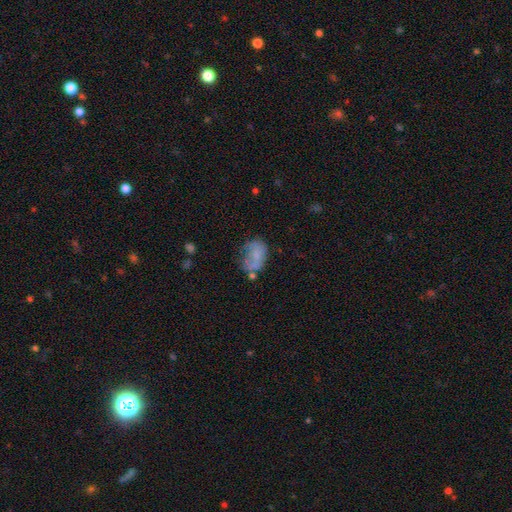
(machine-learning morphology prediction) A smooth galaxy with no disk features (59%) that is in between round and cigar-shaped (75%).

Vote fractions:
- Smooth or featured? smooth: 59% / featured or disk: 30% / star or artifact: 11%
- How rounded? in between: 75% / round: 24% / cigar-shaped: 1%
- Merging? none: 36% / minor disturbance: 29% / major disturbance: 26% / merger: 9%